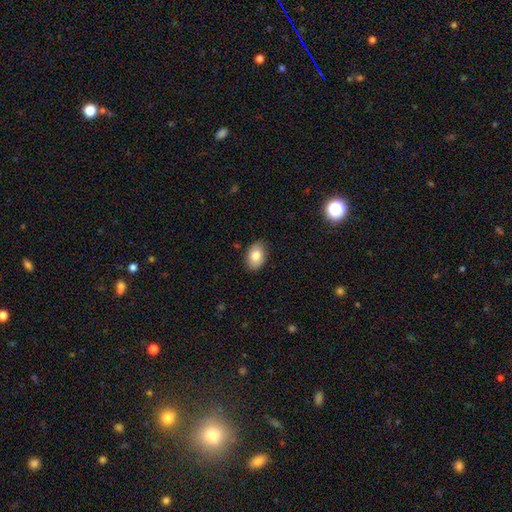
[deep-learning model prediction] Smooth or featured? smooth (81%)
How rounded? in between (87%)
Merging? none (87%)